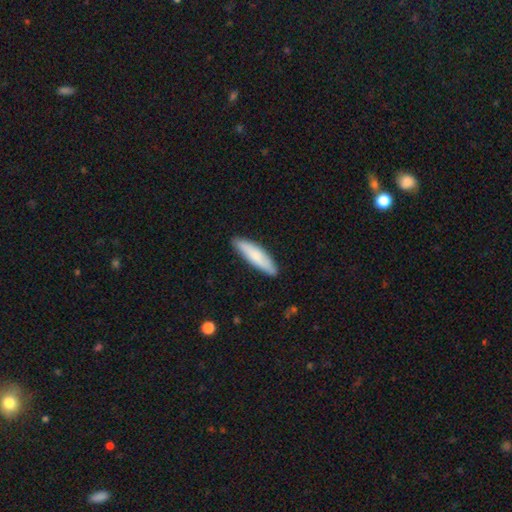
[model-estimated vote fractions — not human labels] This appears to be a smooth galaxy with no disk features (76%) that is cigar-shaped (73%). Merging: none (88%).